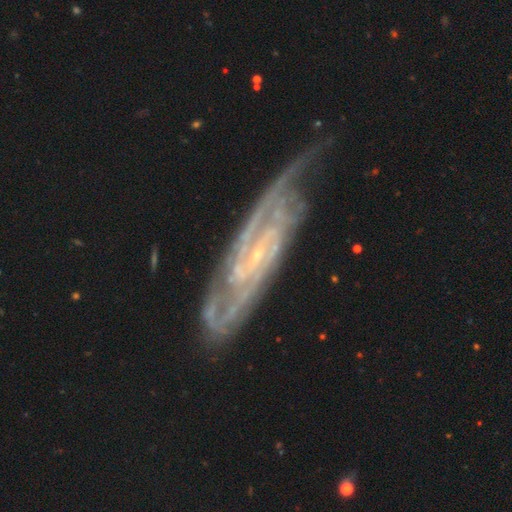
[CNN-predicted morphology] Smooth or featured? featured or disk (90%)
Edge-on disk? no (89%)
Bar? no (41%)
Spiral arms? yes (98%)
Spiral winding? tight (57%)
Spiral arm count? 2 (48%)
Bulge size? small (85%)
Merging? none (66%)